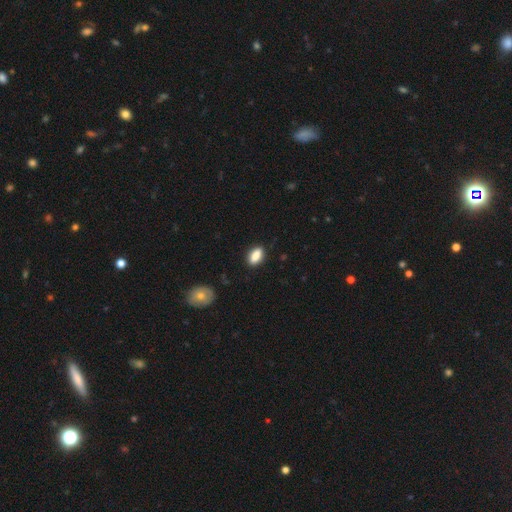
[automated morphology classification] A smooth galaxy with no disk features (86%) that is in between round and cigar-shaped (87%).

Vote fractions:
- Smooth or featured? smooth: 86% / star or artifact: 7% / featured or disk: 7%
- How rounded? in between: 87% / cigar-shaped: 8% / round: 6%
- Merging? none: 86% / minor disturbance: 10% / major disturbance: 2% / merger: 1%